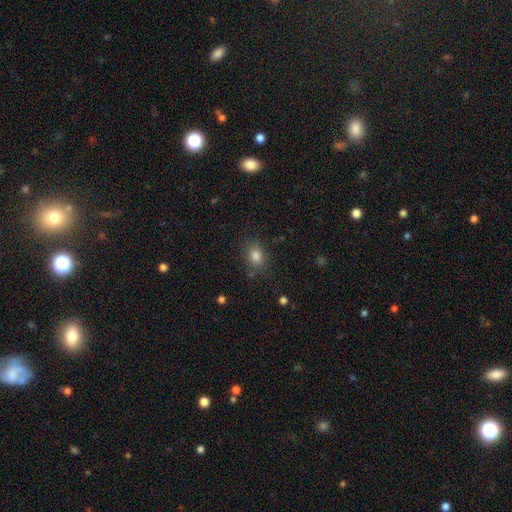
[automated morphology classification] type=smooth (82%); roundness=in between (59%); merging=none (80%).